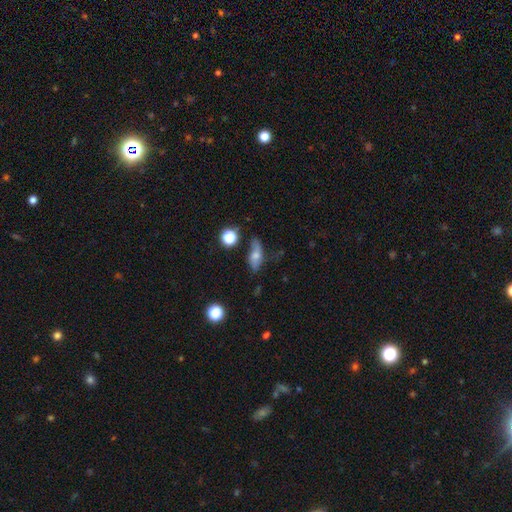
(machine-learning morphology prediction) smooth_or_featured: smooth (p=0.53) [alt: featured or disk p=0.35]
how_rounded: in between (p=0.67) [alt: cigar-shaped p=0.22]
merging: none (p=0.54) [alt: minor disturbance p=0.28]